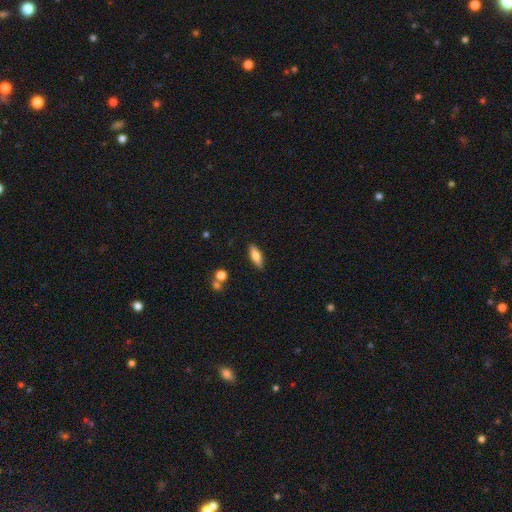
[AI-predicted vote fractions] smooth 71%, featured or disk 22%, star or artifact 7%. Down the decision tree: how rounded — in between (61%); merging — none (87%).